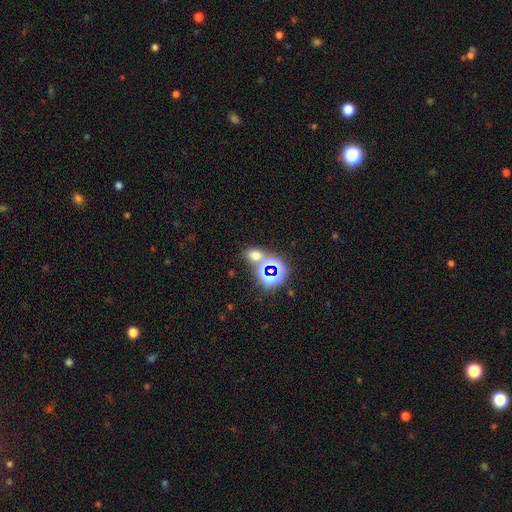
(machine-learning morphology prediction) Smooth or featured: smooth — 54% (star or artifact — 38%)
How rounded: in between — 53% (round — 46%)
Merging: none — 65% (merger — 20%)